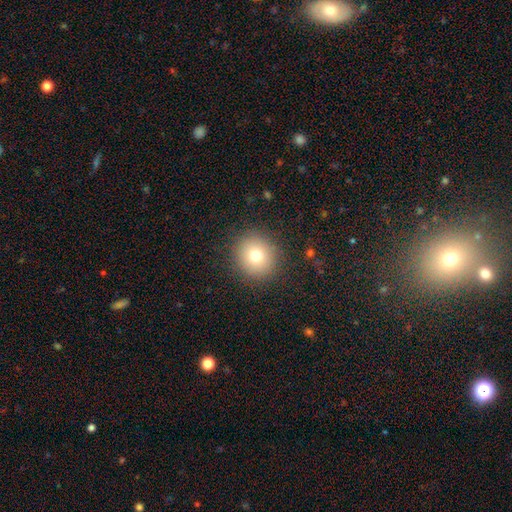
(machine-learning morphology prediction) A smooth galaxy with no disk features (76%) that is round (91%). Merging: none (89%).